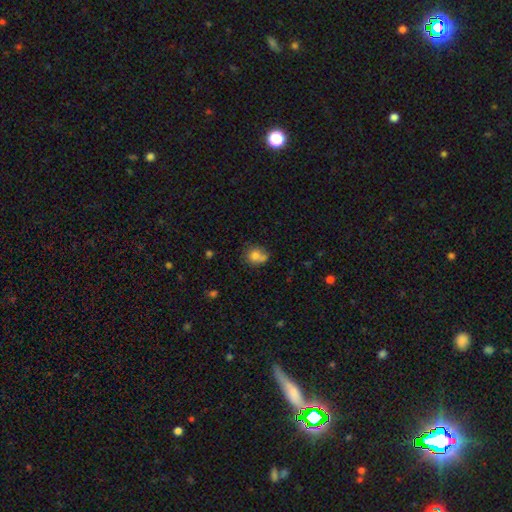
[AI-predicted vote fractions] A smooth galaxy with no disk features (75%) that is round (69%).

Vote fractions:
- Smooth or featured? smooth: 75% / featured or disk: 14% / star or artifact: 11%
- How rounded? round: 69% / in between: 30% / cigar-shaped: 1%
- Merging? none: 46% / merger: 24% / minor disturbance: 20% / major disturbance: 9%